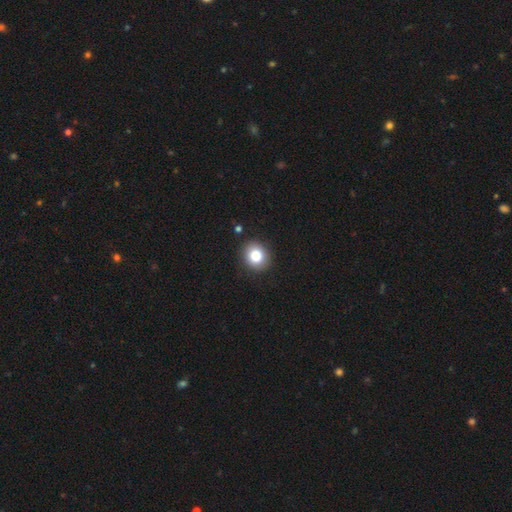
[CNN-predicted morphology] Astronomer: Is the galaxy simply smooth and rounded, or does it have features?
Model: smooth — 82%.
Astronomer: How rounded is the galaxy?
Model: round — 76%.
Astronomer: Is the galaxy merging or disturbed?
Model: none — 90%.